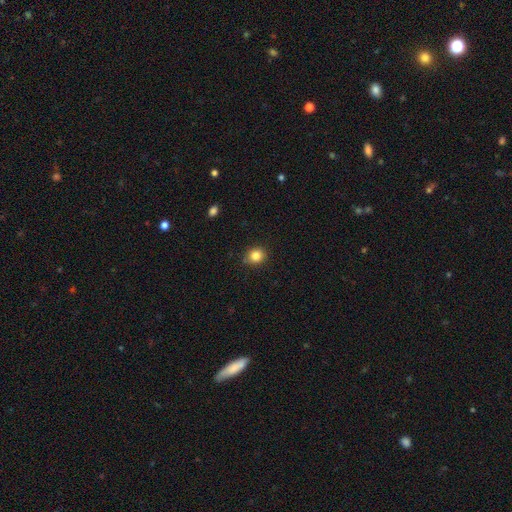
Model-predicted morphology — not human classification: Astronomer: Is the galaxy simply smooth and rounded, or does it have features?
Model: smooth — 84%.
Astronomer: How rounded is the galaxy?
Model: round — 77%.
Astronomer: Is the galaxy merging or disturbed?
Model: none — 86%.